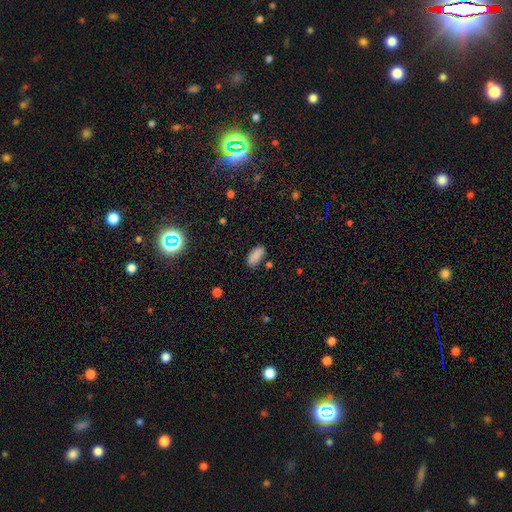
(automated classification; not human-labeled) smooth_or_featured: smooth (p=0.87) [alt: star or artifact p=0.09]
how_rounded: in between (p=0.88) [alt: cigar-shaped p=0.10]
merging: none (p=0.83) [alt: minor disturbance p=0.11]